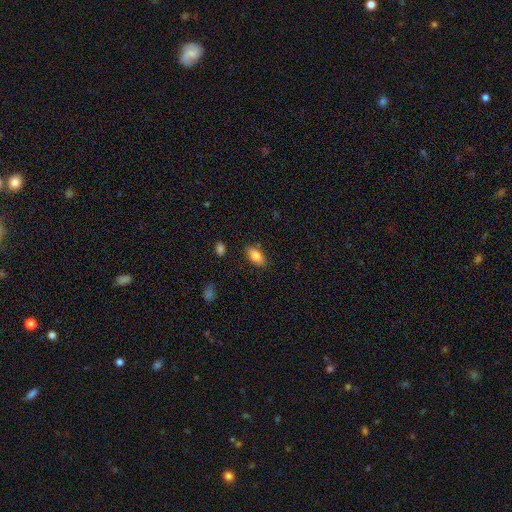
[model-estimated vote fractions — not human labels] smooth-or-featured: smooth: 83% | featured or disk: 9% | star or artifact: 7%
  how-rounded: in between: 91% | cigar-shaped: 5% | round: 4%
  merging: none: 84% | minor disturbance: 12% | major disturbance: 3% | merger: 2%